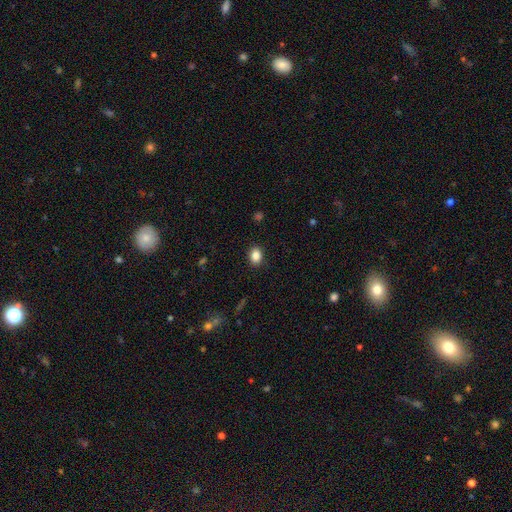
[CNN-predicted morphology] type=smooth (86%); roundness=in between (68%); merging=none (88%).